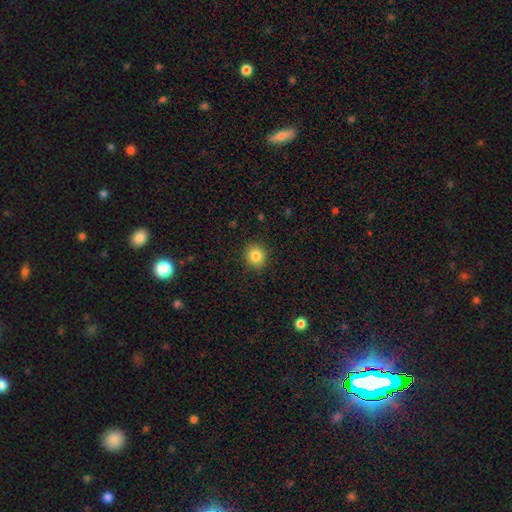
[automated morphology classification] Smooth or featured?
  - smooth: 84% *
  - star or artifact: 11%
  - featured or disk: 6%
How rounded?
  - round: 91% *
  - in between: 8%
  - cigar-shaped: 1%
Merging?
  - none: 91% *
  - minor disturbance: 6%
  - major disturbance: 2%
  - merger: 1%